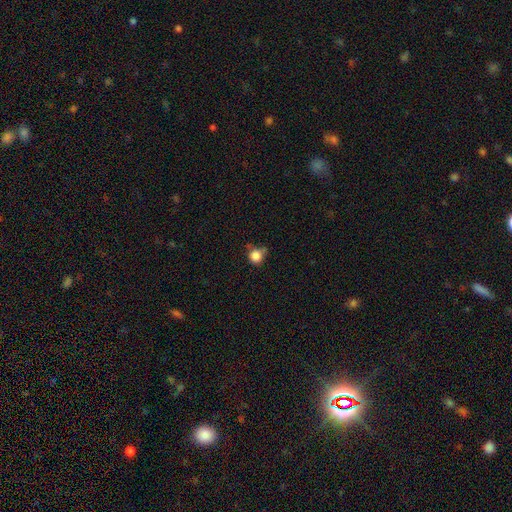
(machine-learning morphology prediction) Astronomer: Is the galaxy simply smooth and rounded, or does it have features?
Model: smooth — 83%.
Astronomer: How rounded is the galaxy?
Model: round — 87%.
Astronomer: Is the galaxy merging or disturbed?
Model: none — 52% (runner-up: minor disturbance, 31%).